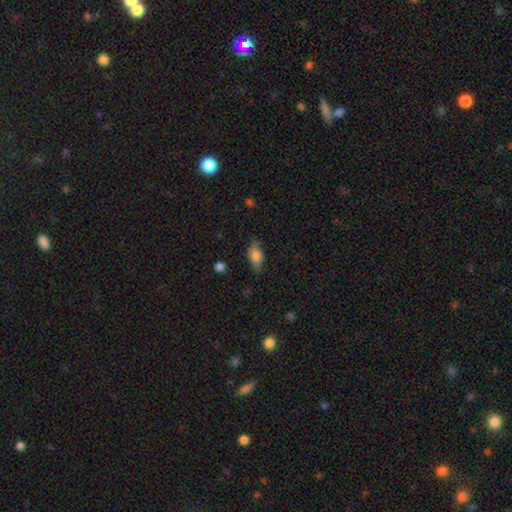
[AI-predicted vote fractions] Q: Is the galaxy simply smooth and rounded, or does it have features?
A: smooth — 79%.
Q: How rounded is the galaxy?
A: in between — 87%.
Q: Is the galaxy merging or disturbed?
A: none — 73%.